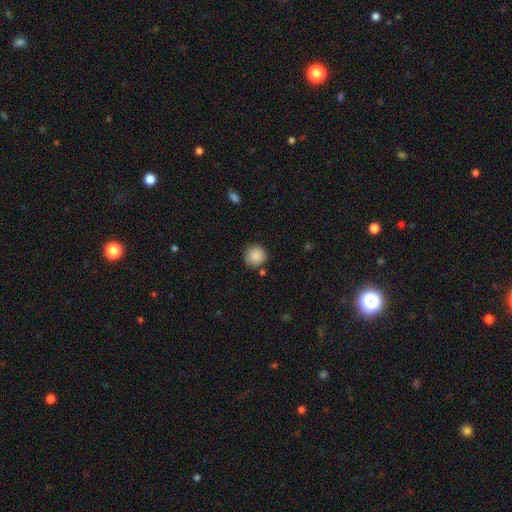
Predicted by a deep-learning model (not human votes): Smooth or featured: smooth — 88% (star or artifact — 8%)
How rounded: round — 92% (in between — 7%)
Merging: none — 85% (minor disturbance — 9%)